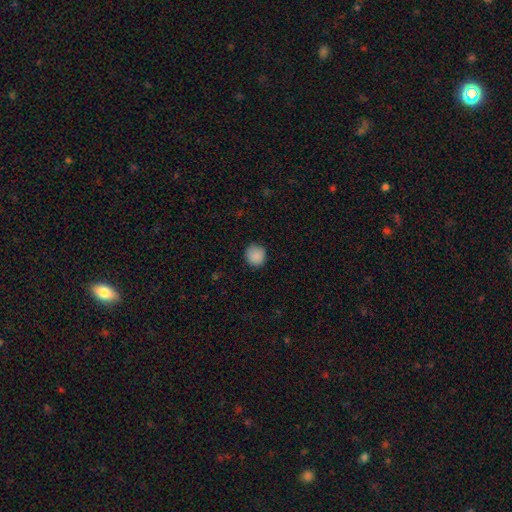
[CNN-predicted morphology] A smooth galaxy with no disk features (88%) that is round (91%). Merging: none (88%).